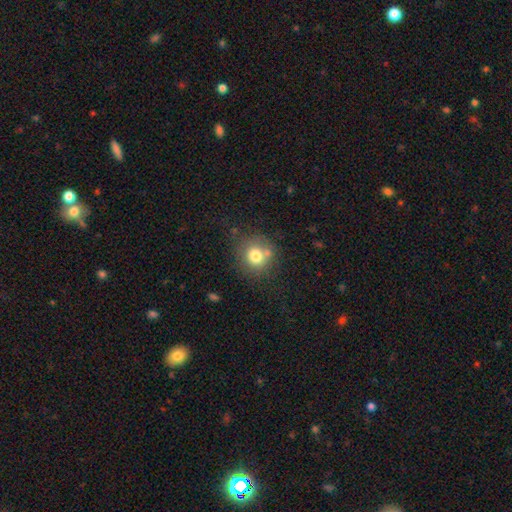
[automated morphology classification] smooth 77%, featured or disk 12%, star or artifact 11%. Down the decision tree: how rounded — round (87%); merging — none (67%).